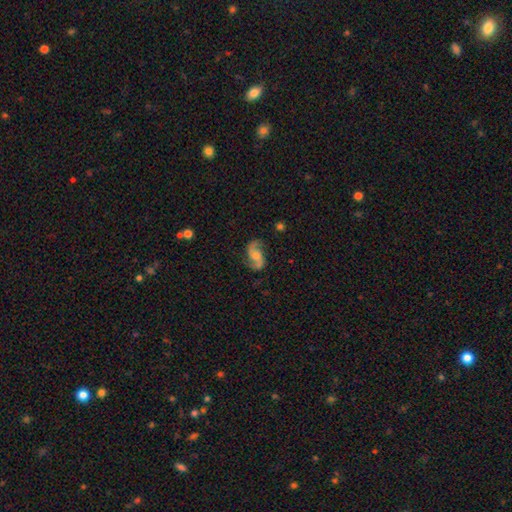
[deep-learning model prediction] This appears to be a featured or disk galaxy (88%) with no bar (54%), 2 (94%) loose (50%) spiral arms (97%) and a moderate central bulge (50%). Merging: none (79%).